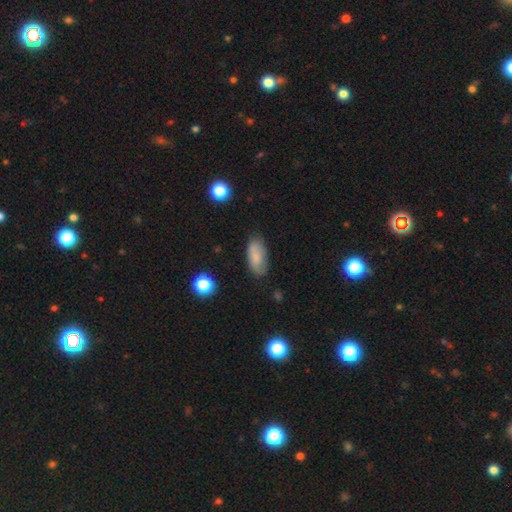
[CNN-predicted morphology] Smooth or featured? smooth (76%)
How rounded? in between (90%)
Merging? none (75%)